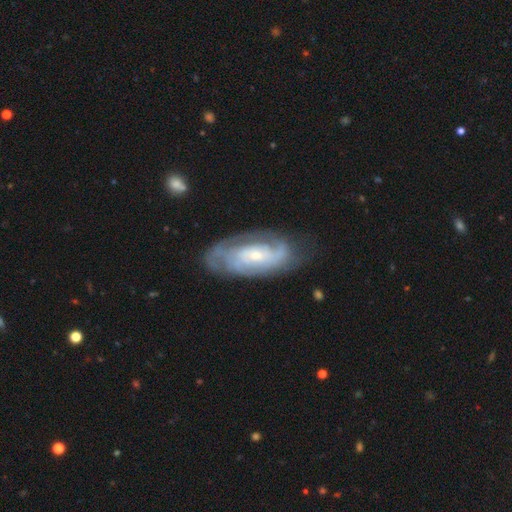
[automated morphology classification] Smooth or featured? featured or disk (81%)
Edge-on disk? no (94%)
Bar? no (62%)
Spiral arms? yes (91%)
Spiral winding? tight (60%)
Spiral arm count? can't tell (42%)
Bulge size? small (63%)
Merging? none (68%)